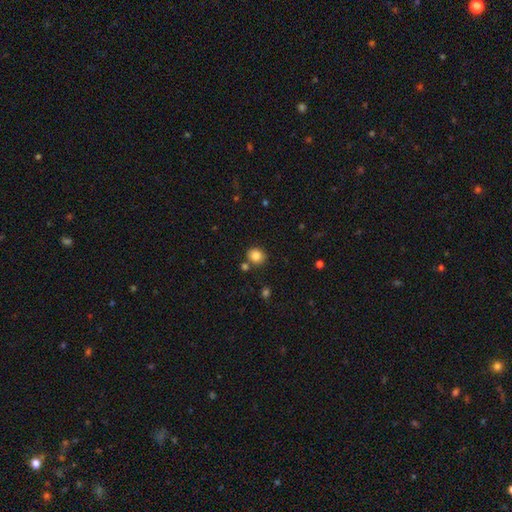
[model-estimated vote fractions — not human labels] smooth-or-featured: smooth: 84% | star or artifact: 10% | featured or disk: 5%
  how-rounded: round: 69% | in between: 30% | cigar-shaped: 1%
  merging: none: 77% | minor disturbance: 10% | merger: 10% | major disturbance: 3%